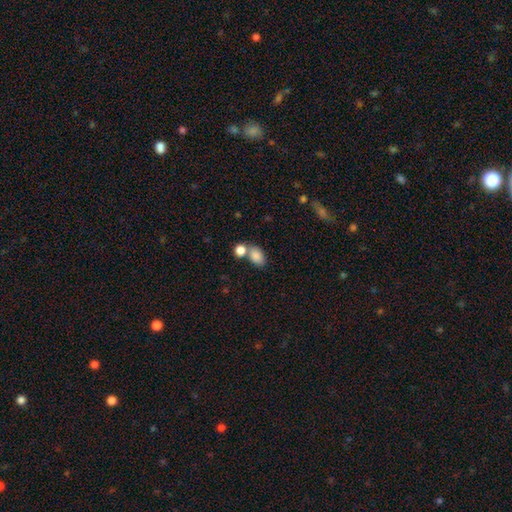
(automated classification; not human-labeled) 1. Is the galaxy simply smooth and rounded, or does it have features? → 84% smooth, 9% star or artifact, 7% featured or disk.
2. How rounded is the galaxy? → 84% in between, 15% round, 2% cigar-shaped.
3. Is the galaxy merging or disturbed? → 48% none, 37% merger, 11% minor disturbance, 5% major disturbance.